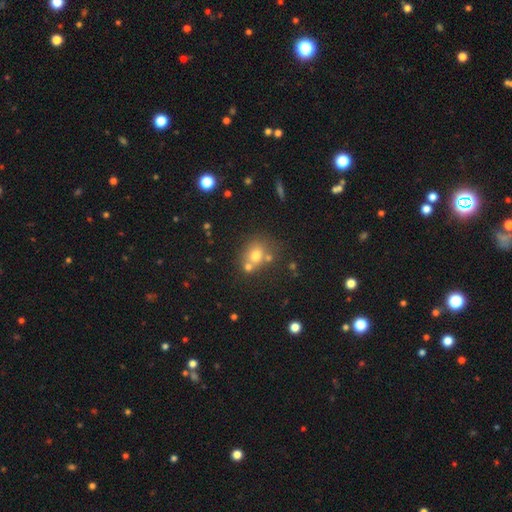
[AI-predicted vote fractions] A smooth galaxy with no disk features (67%) that is round (65%). Merging: none (50%).